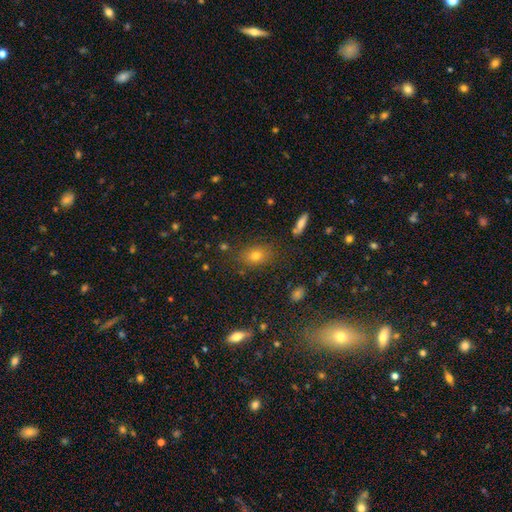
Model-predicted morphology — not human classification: A smooth galaxy with no disk features (69%) that is in between round and cigar-shaped (61%). Merging: none (82%).